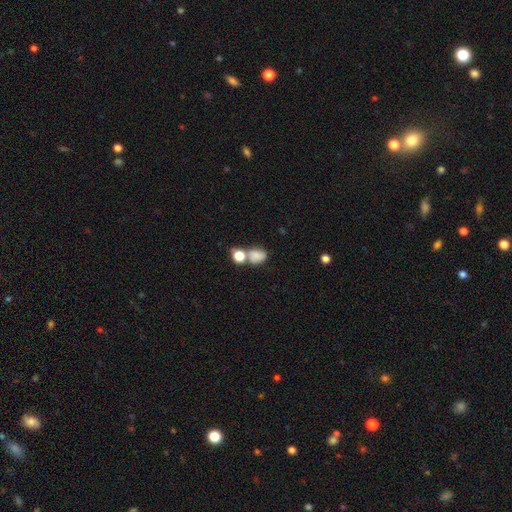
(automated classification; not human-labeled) A smooth galaxy with no disk features (77%) that is in between round and cigar-shaped (62%).

Vote fractions:
- Smooth or featured? smooth: 77% / star or artifact: 12% / featured or disk: 11%
- How rounded? in between: 62% / round: 37% / cigar-shaped: 2%
- Merging? merger: 44% / none: 36% / minor disturbance: 13% / major disturbance: 7%